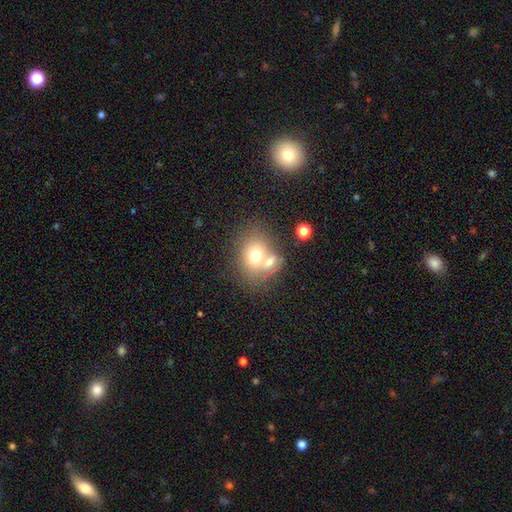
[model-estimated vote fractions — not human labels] Smooth or featured? smooth (68%)
How rounded? round (54%)
Merging? merger (51%)